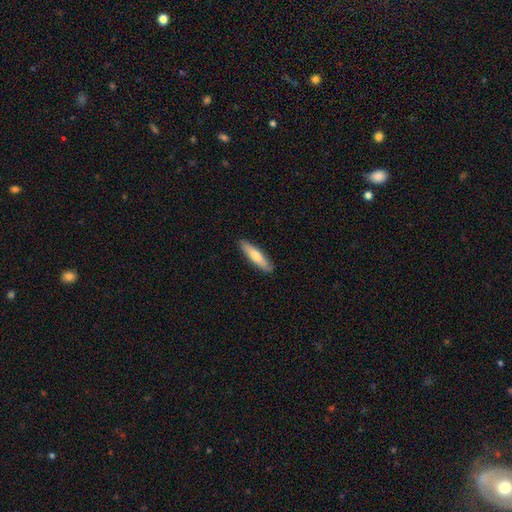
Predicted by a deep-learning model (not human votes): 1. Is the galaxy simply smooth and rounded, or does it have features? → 69% smooth, 26% featured or disk, 5% star or artifact.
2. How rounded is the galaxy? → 79% cigar-shaped, 20% in between, 1% round.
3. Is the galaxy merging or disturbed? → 90% none, 7% minor disturbance, 1% major disturbance, 1% merger.